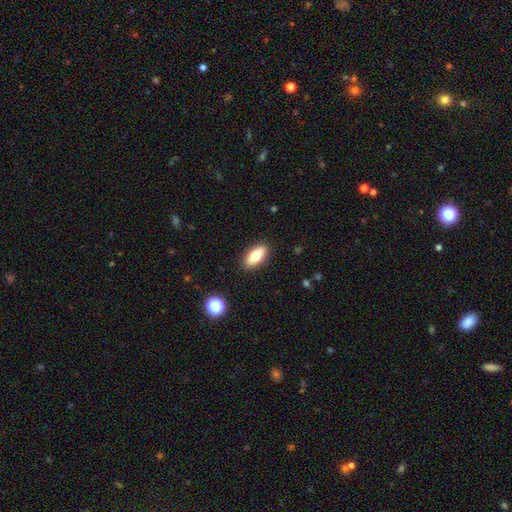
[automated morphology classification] Smooth or featured? smooth (76%)
How rounded? in between (77%)
Merging? none (88%)